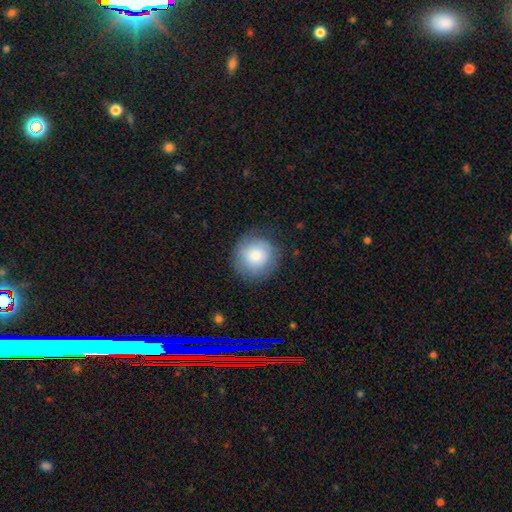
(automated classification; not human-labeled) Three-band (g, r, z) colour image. It shows a smooth galaxy with no disk features (79%) that is round (93%). Merging: none (81%).